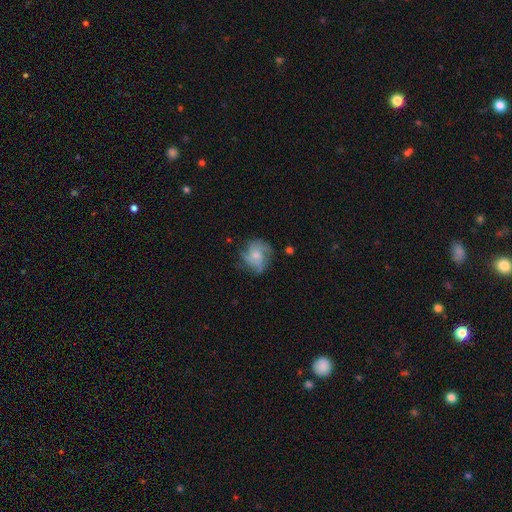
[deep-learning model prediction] Smooth or featured: featured or disk — 58% (smooth — 32%)
Edge-on disk: no — 98% (yes — 2%)
Bar: no — 75% (weak — 22%)
Spiral arms: yes — 79% (no — 21%)
Bulge size: small — 48% (moderate — 40%)
Merging: none — 58% (minor disturbance — 25%)